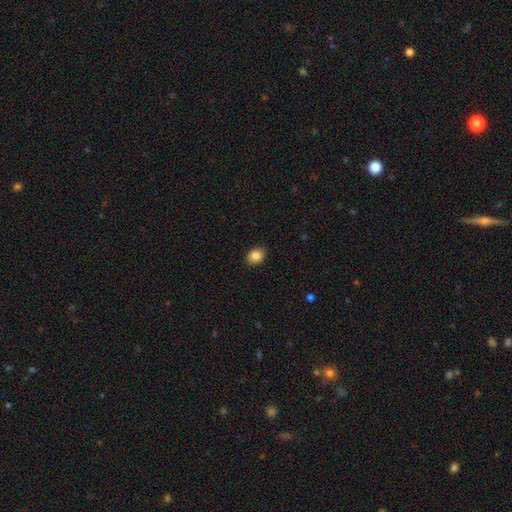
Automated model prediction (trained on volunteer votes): The model was most divided on "how rounded": in between: 64%, round: 35%, cigar-shaped: 1%. More confident: merging — none (89%); smooth or featured — smooth (86%).